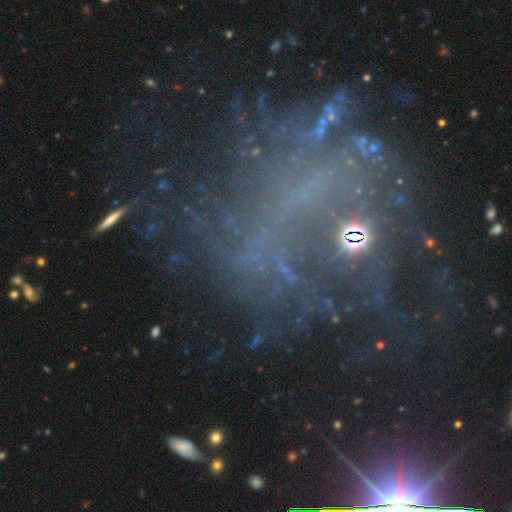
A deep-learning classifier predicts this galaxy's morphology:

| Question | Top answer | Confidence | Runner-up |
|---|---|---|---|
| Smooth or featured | featured or disk | 46% | star or artifact (38%) |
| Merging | none | 54% | major disturbance (24%) |